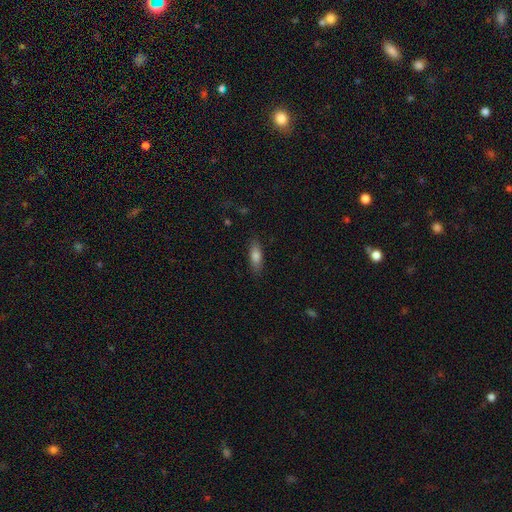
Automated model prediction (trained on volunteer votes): smooth-or-featured: smooth: 79% | featured or disk: 14% | star or artifact: 7%
  how-rounded: in between: 61% | cigar-shaped: 37% | round: 2%
  merging: none: 85% | minor disturbance: 11% | major disturbance: 3% | merger: 1%